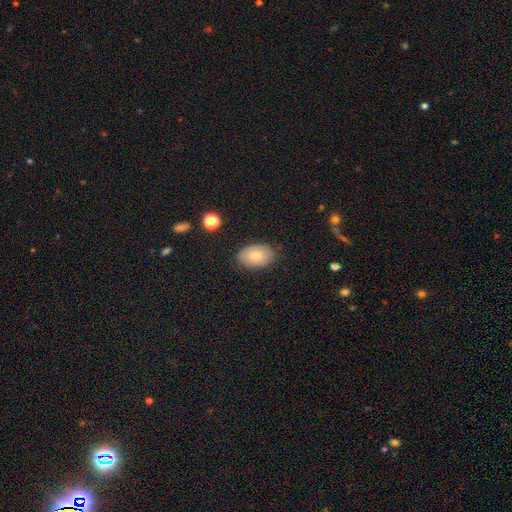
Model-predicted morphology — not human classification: type=smooth (77%); roundness=in between (88%); merging=none (83%).